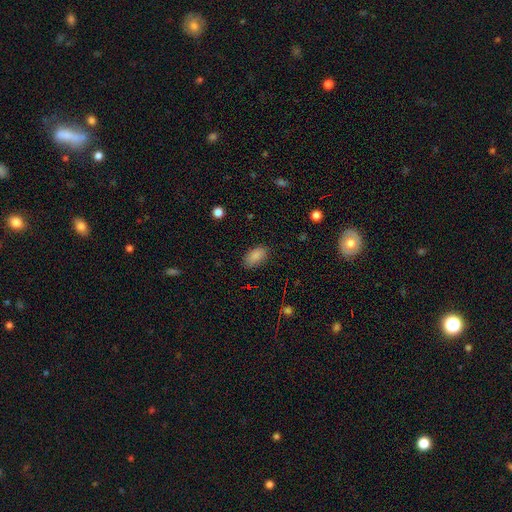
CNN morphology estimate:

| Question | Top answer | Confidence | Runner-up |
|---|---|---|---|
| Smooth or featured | smooth | 87% | star or artifact (8%) |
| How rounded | in between | 92% | cigar-shaped (4%) |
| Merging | none | 84% | minor disturbance (12%) |